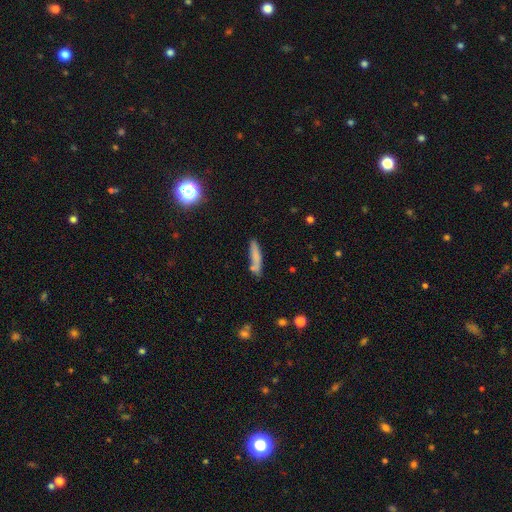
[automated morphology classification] A smooth galaxy with no disk features (74%) that is cigar-shaped (85%). Merging: none (67%).